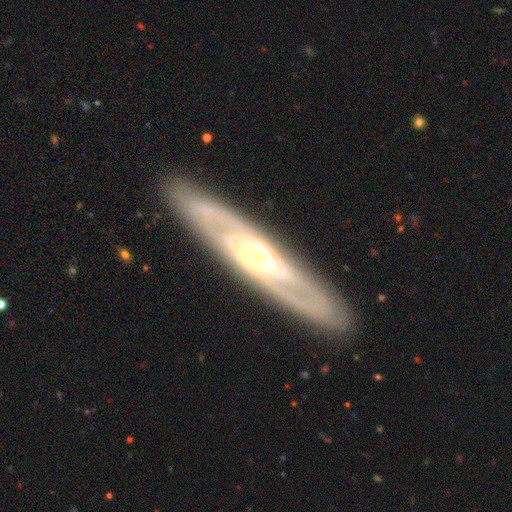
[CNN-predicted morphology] This appears to be a featured or disk galaxy (80%). Merging: none (88%).